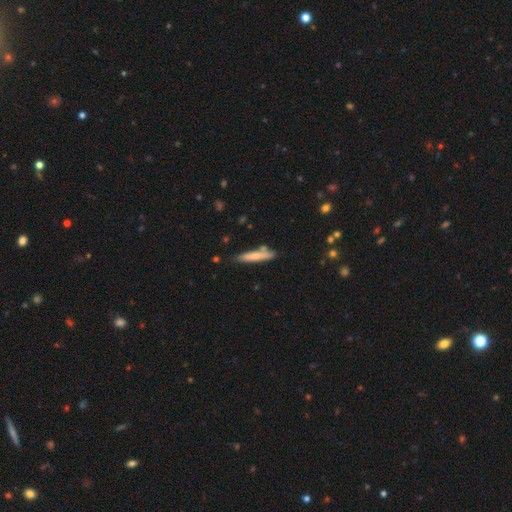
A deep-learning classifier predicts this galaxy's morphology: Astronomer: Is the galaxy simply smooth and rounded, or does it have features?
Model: smooth — 67%.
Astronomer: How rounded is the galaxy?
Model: cigar-shaped — 90%.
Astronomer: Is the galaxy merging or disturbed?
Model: none — 73%.